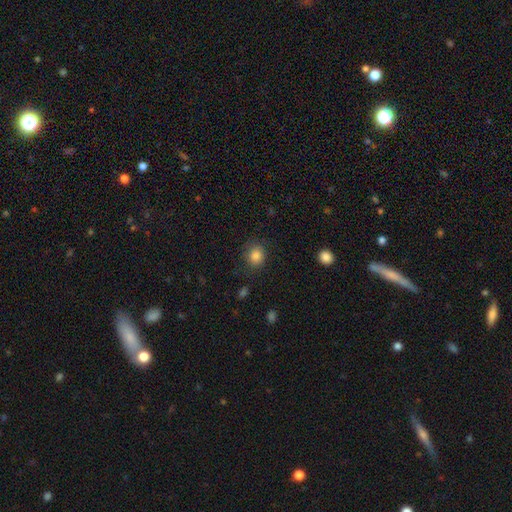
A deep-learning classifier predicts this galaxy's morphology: smooth-or-featured: smooth: 85% | star or artifact: 10% | featured or disk: 5%
  how-rounded: round: 72% | in between: 27% | cigar-shaped: 1%
  merging: none: 81% | minor disturbance: 14% | major disturbance: 4% | merger: 1%